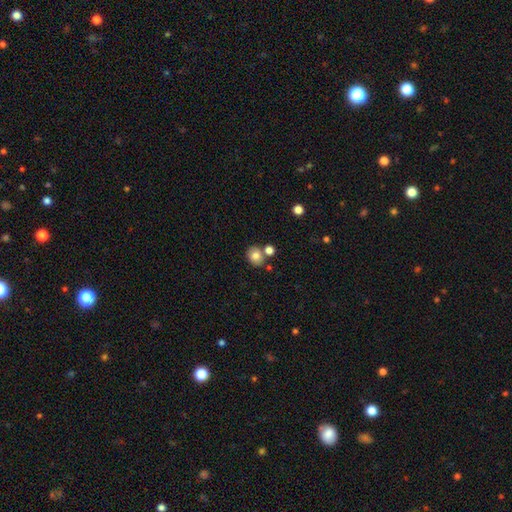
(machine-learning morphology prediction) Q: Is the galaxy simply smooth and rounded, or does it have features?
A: smooth — 78%.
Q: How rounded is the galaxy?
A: round — 67%.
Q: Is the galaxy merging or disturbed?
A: none — 66%.